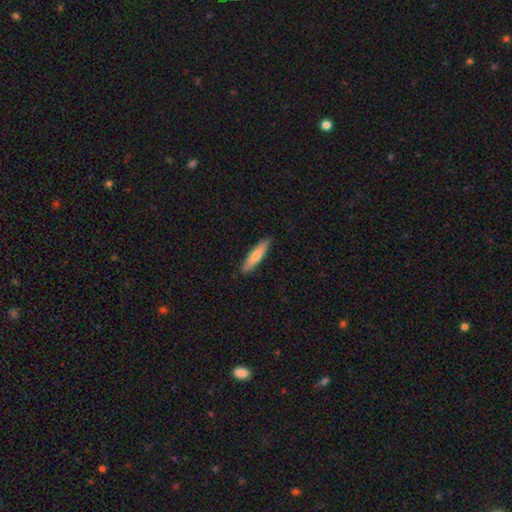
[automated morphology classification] Smooth or featured? smooth (72%)
How rounded? cigar-shaped (81%)
Merging? none (89%)